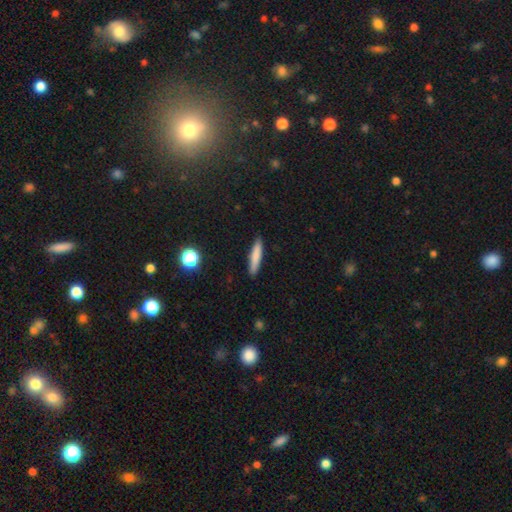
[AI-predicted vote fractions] Q: Smooth or featured?
A: smooth (78%); runner-up: featured or disk (14%)
Q: How rounded?
A: cigar-shaped (89%); runner-up: in between (9%)
Q: Merging?
A: none (89%); runner-up: minor disturbance (8%)